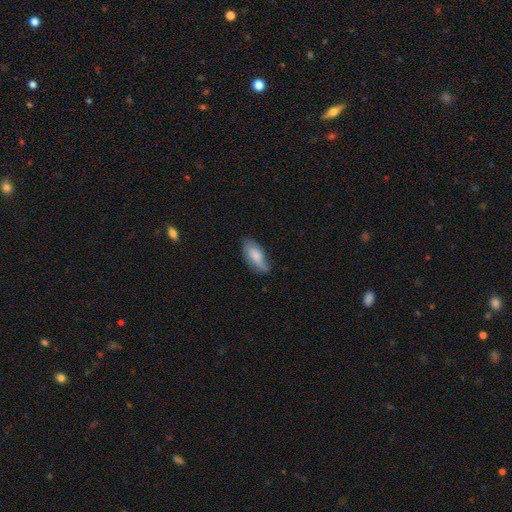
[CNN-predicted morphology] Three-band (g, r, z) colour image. It shows a smooth galaxy with no disk features (68%) that is in between round and cigar-shaped (82%). Merging: none (57%).